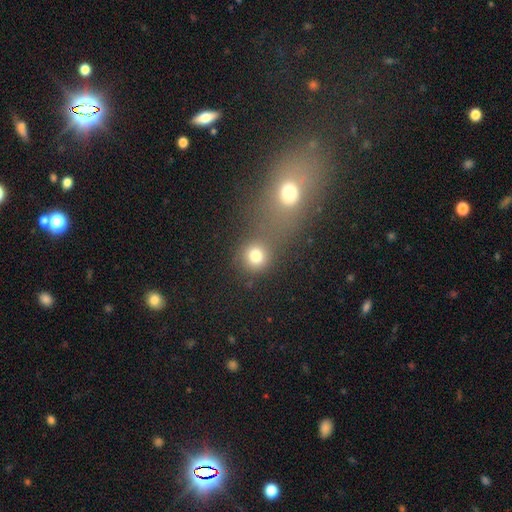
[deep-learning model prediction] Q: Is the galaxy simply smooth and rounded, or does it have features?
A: smooth — 78%.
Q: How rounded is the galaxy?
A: round — 84%.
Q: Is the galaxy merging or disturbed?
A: none — 55%.